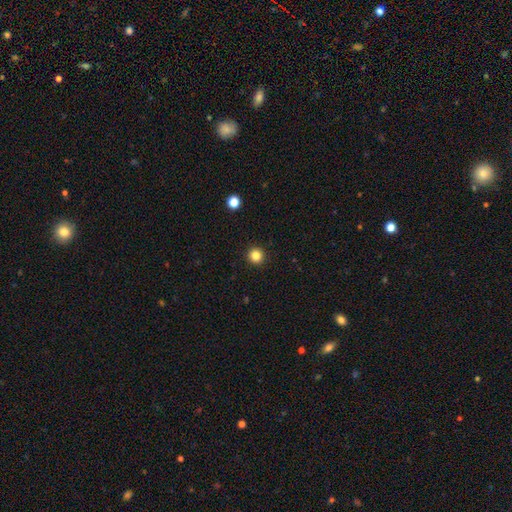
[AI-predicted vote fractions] Morphology: type=smooth (83%); roundness=round (95%); merging=none (93%).